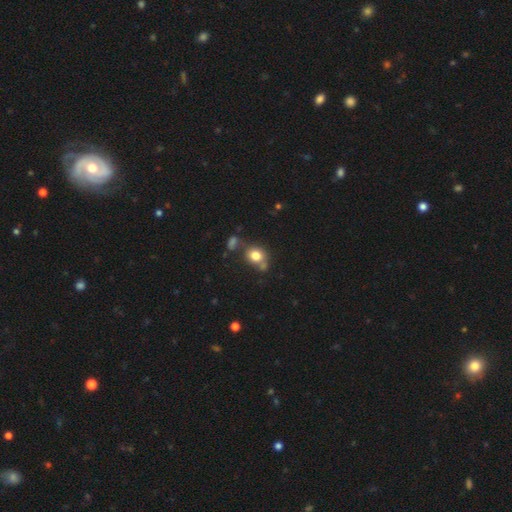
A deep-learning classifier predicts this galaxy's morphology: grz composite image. It shows a smooth galaxy with no disk features (79%) that is round (68%). Merging: none (58%).